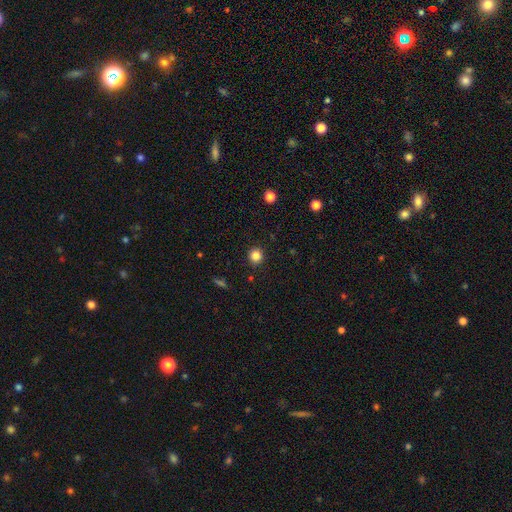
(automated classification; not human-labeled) smooth_or_featured: smooth (p=0.83) [alt: star or artifact p=0.12]
how_rounded: round (p=0.93) [alt: in between p=0.06]
merging: none (p=0.92) [alt: minor disturbance p=0.05]